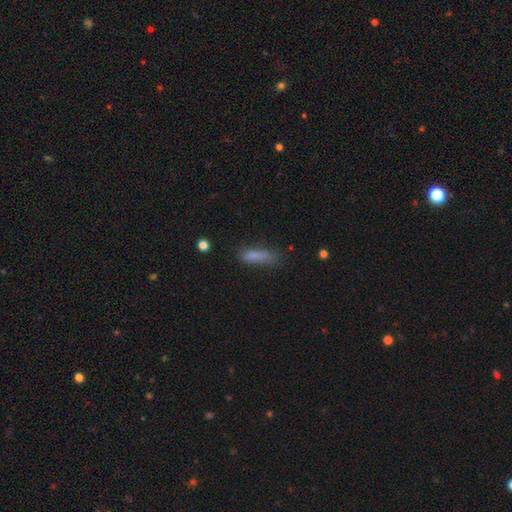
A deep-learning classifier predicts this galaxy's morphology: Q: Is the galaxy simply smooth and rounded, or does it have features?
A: smooth — 80%.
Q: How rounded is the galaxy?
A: cigar-shaped — 61%.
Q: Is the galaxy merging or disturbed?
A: none — 60%.